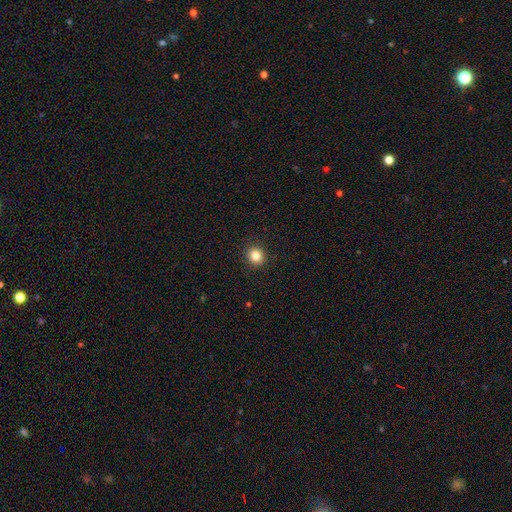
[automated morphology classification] smooth-or-featured: smooth: 84% | star or artifact: 11% | featured or disk: 5%
  how-rounded: round: 86% | in between: 13% | cigar-shaped: 1%
  merging: none: 92% | minor disturbance: 5% | major disturbance: 2% | merger: 1%